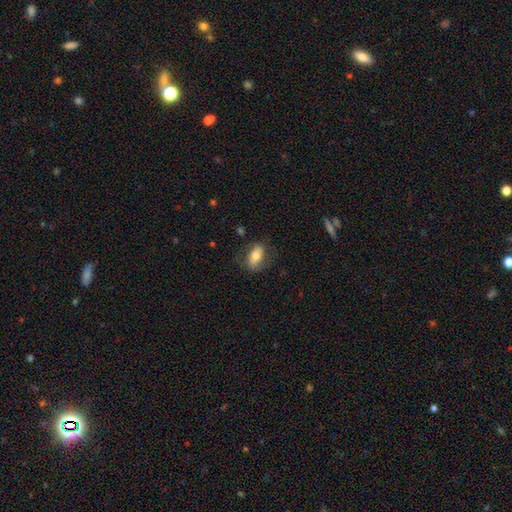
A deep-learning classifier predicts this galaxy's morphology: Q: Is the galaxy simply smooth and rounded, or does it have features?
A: smooth — 64%.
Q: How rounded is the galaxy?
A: in between — 87%.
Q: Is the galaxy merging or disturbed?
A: none — 71%.